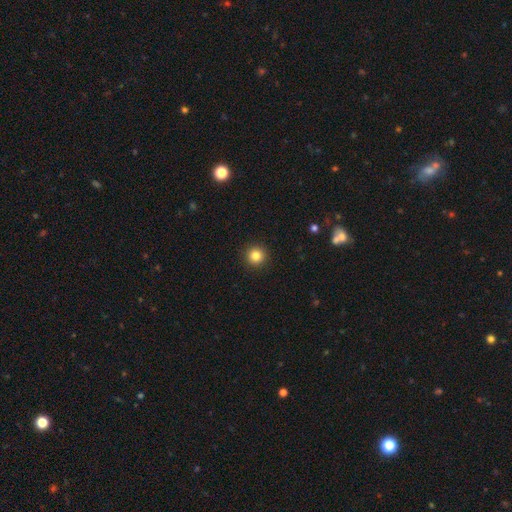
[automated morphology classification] Q: Smooth or featured?
A: smooth (84%); runner-up: star or artifact (11%)
Q: How rounded?
A: round (96%); runner-up: in between (3%)
Q: Merging?
A: none (93%); runner-up: minor disturbance (4%)